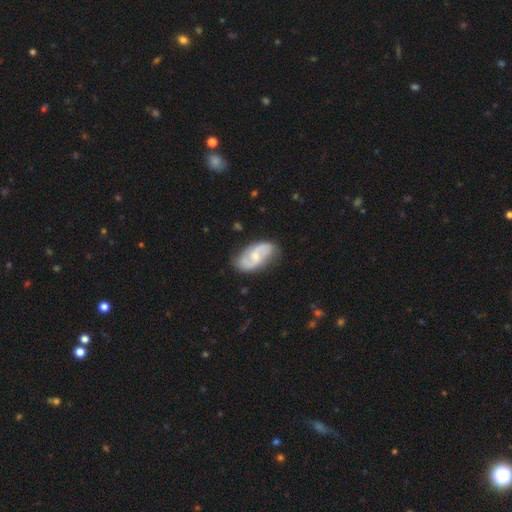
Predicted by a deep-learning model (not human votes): smooth-or-featured: featured or disk: 75% | smooth: 20% | star or artifact: 5%
  disk-edge-on: no: 96% | yes: 4%
    bar: weak: 46% | no: 45% | strong: 10%
    has-spiral-arms: yes: 93% | no: 7%
      spiral-winding: medium: 42% | loose: 41% | tight: 17%
      spiral-arm-count: 2: 89% | can't tell: 6% | 1: 2% | 3: 2% | 4: 1% | more than 4: 1%
    bulge-size: small: 52% | moderate: 40% | none: 5% | large: 2% | dominant: 1%
  merging: none: 77% | minor disturbance: 17% | major disturbance: 4% | merger: 2%